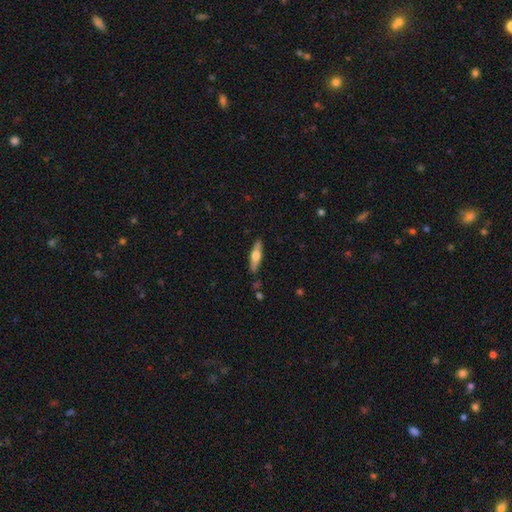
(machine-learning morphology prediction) Smooth or featured? featured or disk (49%)
Merging? none (87%)